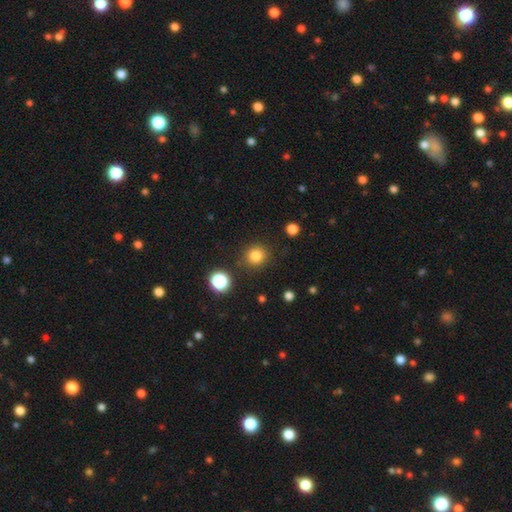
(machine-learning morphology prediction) Smooth or featured?
  - smooth: 83% *
  - star or artifact: 13%
  - featured or disk: 4%
How rounded?
  - round: 89% *
  - in between: 10%
  - cigar-shaped: 1%
Merging?
  - none: 86% *
  - minor disturbance: 8%
  - major disturbance: 3%
  - merger: 3%